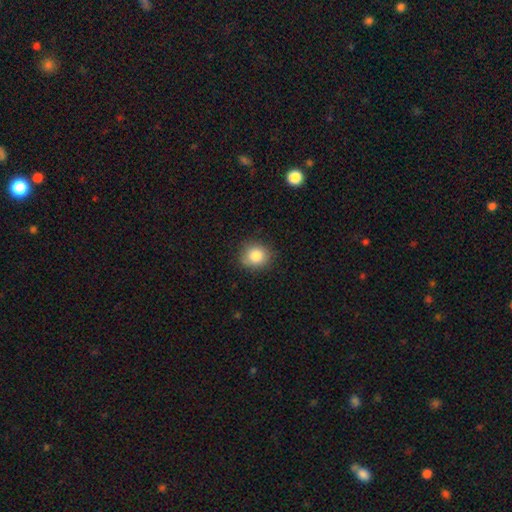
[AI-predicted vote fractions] smooth 83%, star or artifact 10%, featured or disk 7%. Down the decision tree: how rounded — round (80%); merging — none (87%).